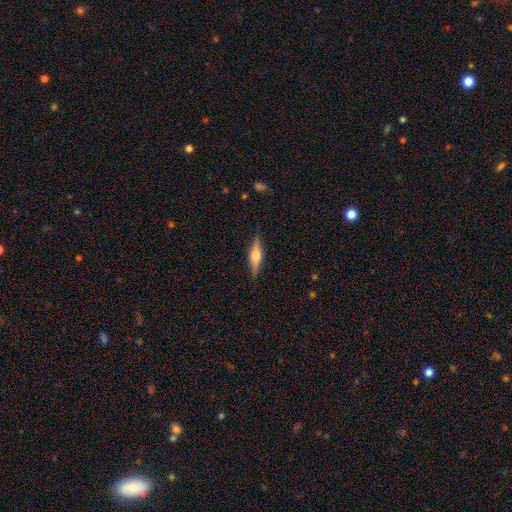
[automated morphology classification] This appears to be a featured or disk galaxy (60%) viewed edge-on (96%) with a rounded central bulge (86%). Merging: none (87%).